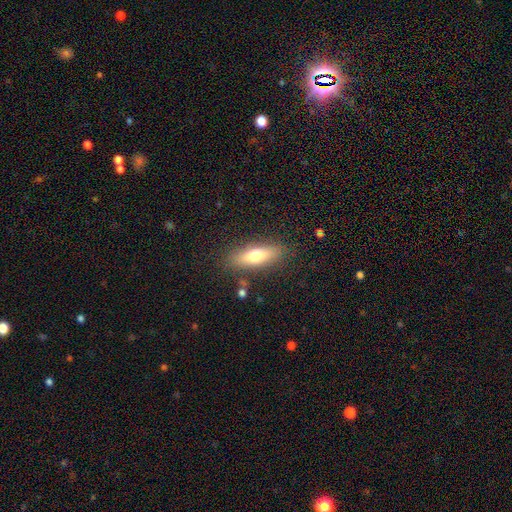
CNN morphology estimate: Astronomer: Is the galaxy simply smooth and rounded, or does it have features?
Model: smooth — 67%.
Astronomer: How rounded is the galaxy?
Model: in between — 53% (runner-up: cigar-shaped, 44%).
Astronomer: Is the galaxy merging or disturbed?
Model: none — 84%.